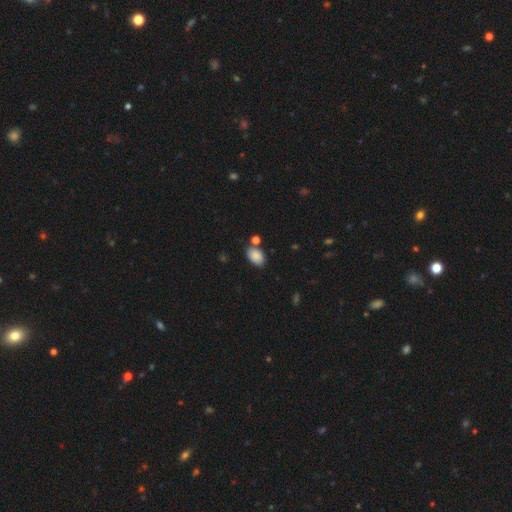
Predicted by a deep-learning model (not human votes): This is clearly a smooth galaxy (87%). How rounded: clearly in between (86%). Merging: likely none (73%).